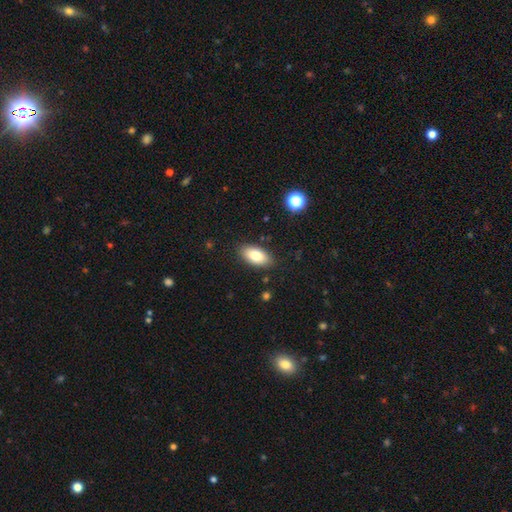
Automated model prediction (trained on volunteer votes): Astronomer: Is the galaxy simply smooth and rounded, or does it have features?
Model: smooth — 77%.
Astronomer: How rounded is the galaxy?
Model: in between — 92%.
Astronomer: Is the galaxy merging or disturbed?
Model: none — 87%.